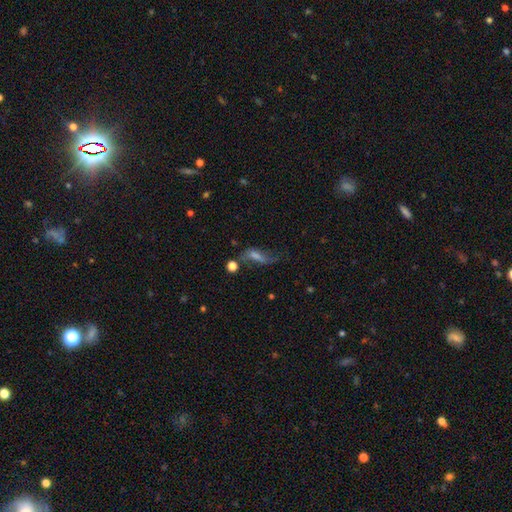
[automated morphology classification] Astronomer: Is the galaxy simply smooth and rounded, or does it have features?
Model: featured or disk — 46% (runner-up: smooth, 34%).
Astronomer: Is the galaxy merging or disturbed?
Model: none — 41% (runner-up: major disturbance, 27%).